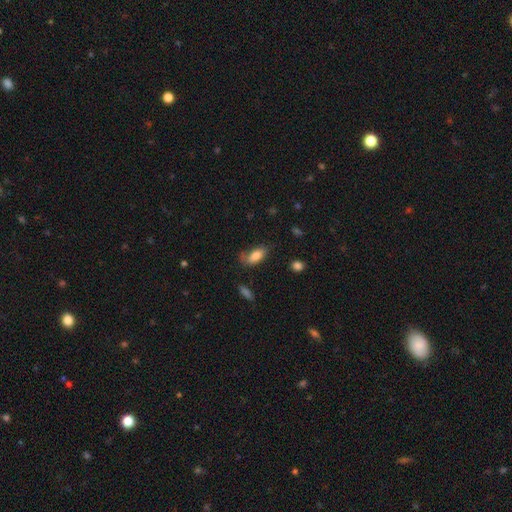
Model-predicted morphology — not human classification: smooth_or_featured: smooth (p=0.79) [alt: featured or disk p=0.13]
how_rounded: in between (p=0.87) [alt: cigar-shaped p=0.10]
merging: none (p=0.55) [alt: minor disturbance p=0.28]